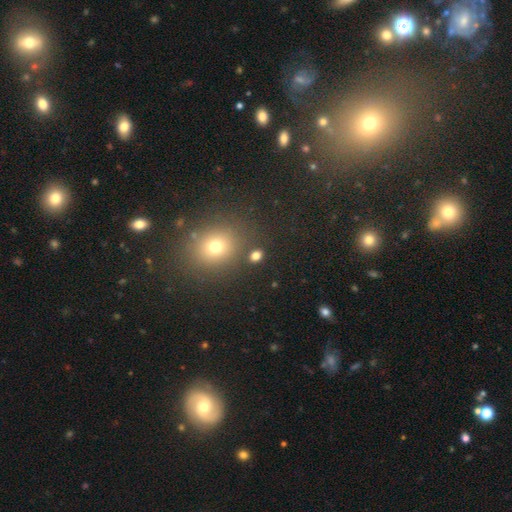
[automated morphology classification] smooth-or-featured: smooth: 74% | star or artifact: 19% | featured or disk: 7%
  how-rounded: round: 55% | in between: 43% | cigar-shaped: 2%
  merging: none: 82% | minor disturbance: 8% | merger: 6% | major disturbance: 4%